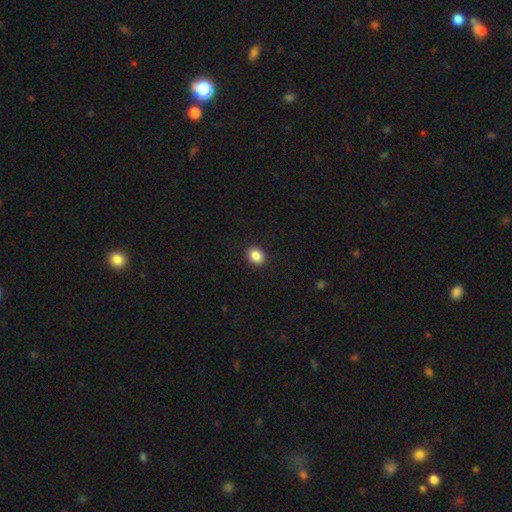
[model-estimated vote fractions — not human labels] The model was most divided on "how rounded": round: 54%, in between: 46%, cigar-shaped: 1%. More confident: merging — none (92%); smooth or featured — smooth (87%).